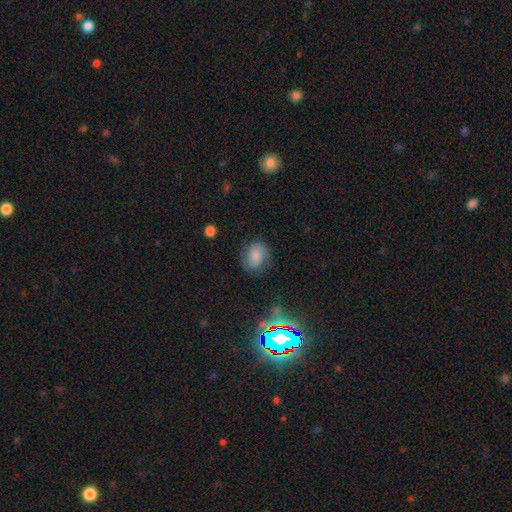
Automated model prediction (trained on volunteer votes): This is likely a smooth galaxy (71%). How rounded: possibly round (49%, tied with in between). Merging: likely none (73%).